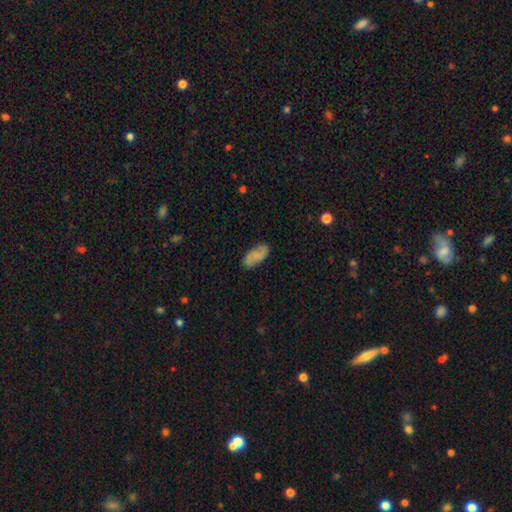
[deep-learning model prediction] A smooth galaxy with no disk features (72%) that is in between round and cigar-shaped (90%).

Vote fractions:
- Smooth or featured? smooth: 72% / featured or disk: 20% / star or artifact: 7%
- How rounded? in between: 90% / cigar-shaped: 7% / round: 2%
- Merging? none: 82% / minor disturbance: 14% / major disturbance: 3% / merger: 1%